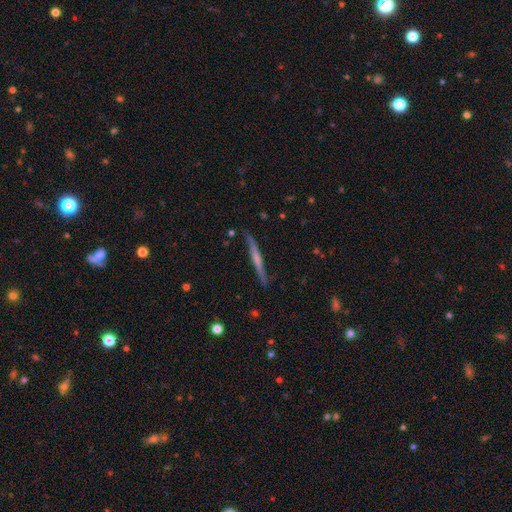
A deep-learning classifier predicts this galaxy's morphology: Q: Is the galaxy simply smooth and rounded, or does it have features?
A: featured or disk — 62%.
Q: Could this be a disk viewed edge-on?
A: yes — 97%.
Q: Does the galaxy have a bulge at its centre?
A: none — 52%.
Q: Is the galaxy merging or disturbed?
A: none — 88%.